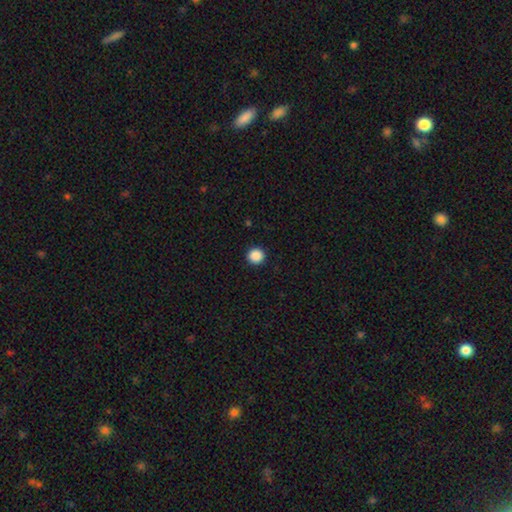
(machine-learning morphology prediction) A smooth galaxy with no disk features (89%) that is round (95%). Merging: none (93%).